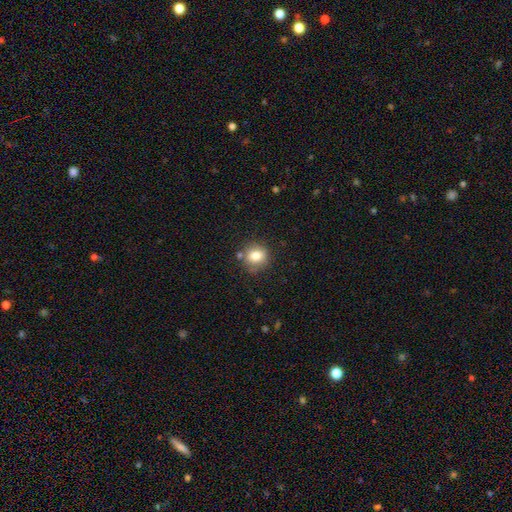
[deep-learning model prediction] smooth 80%, star or artifact 11%, featured or disk 9%. Down the decision tree: how rounded — round (80%); merging — none (78%).